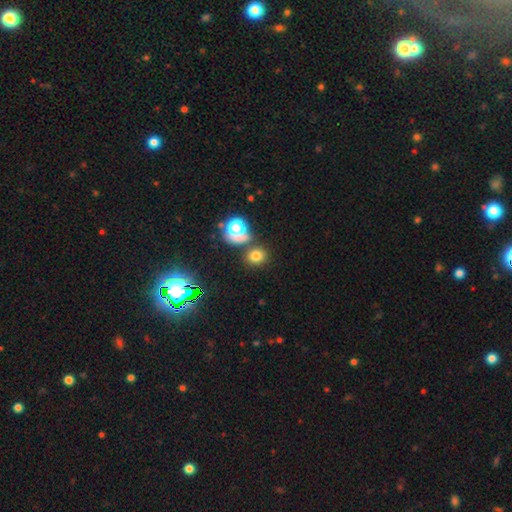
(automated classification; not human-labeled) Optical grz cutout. It shows a smooth galaxy with no disk features (73%) that is round (74%). Merging: none (68%).